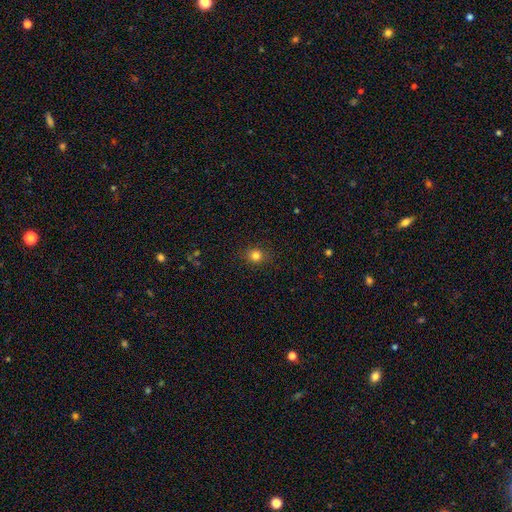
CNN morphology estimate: The model was most divided on "smooth or featured": smooth: 81%, star or artifact: 14%, featured or disk: 6%. More confident: merging — none (89%); how rounded — round (84%).